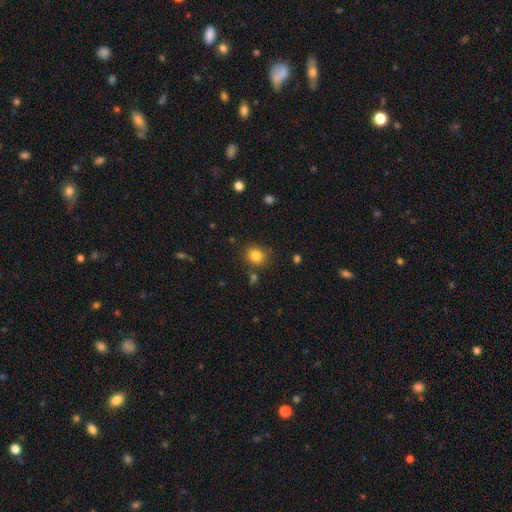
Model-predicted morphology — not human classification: This is clearly a smooth galaxy (83%). How rounded: likely round (66%). Merging: clearly none (81%).